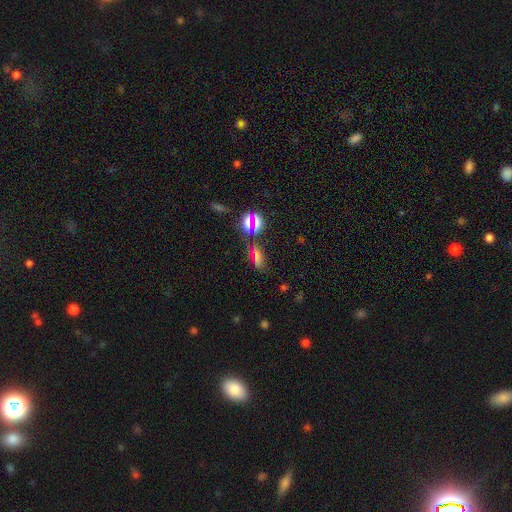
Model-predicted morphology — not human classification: A smooth galaxy with no disk features (46%). Merging: none (63%).